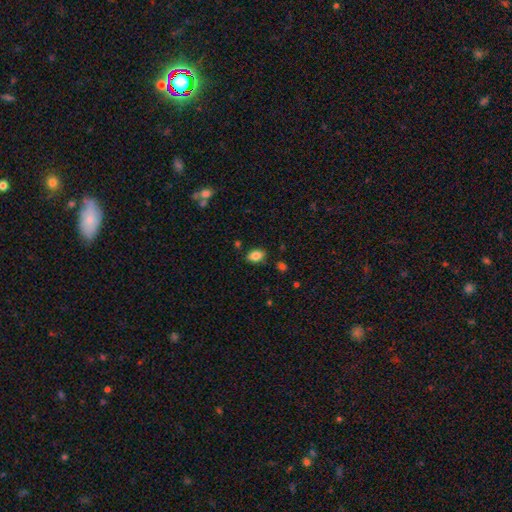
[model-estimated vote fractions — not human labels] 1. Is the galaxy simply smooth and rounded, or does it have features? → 85% smooth, 9% star or artifact, 6% featured or disk.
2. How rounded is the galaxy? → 84% in between, 14% round, 1% cigar-shaped.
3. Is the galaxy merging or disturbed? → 83% none, 12% minor disturbance, 3% major disturbance, 3% merger.